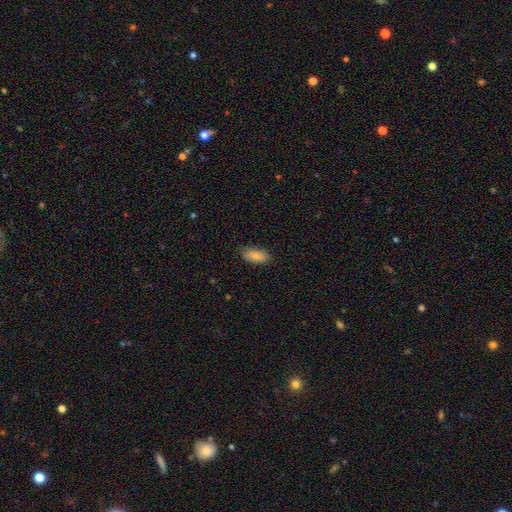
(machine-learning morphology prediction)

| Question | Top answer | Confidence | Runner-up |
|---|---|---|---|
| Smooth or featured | smooth | 85% | featured or disk (8%) |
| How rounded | in between | 89% | cigar-shaped (9%) |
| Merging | none | 86% | minor disturbance (11%) |